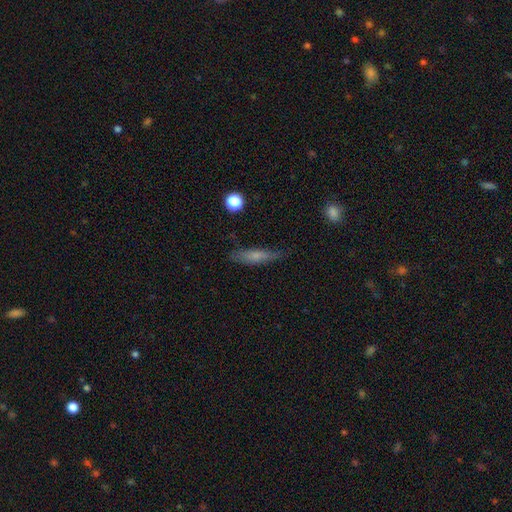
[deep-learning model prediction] The model was most divided on "smooth or featured": smooth: 65%, featured or disk: 27%, star or artifact: 9%. More confident: how rounded — cigar-shaped (70%); merging — none (69%).